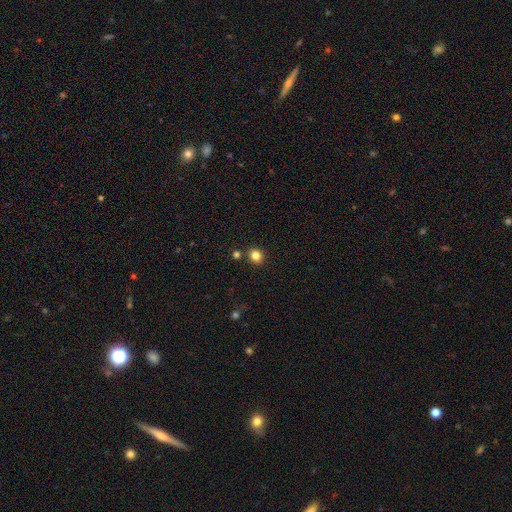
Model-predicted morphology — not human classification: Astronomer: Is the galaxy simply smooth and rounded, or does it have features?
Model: smooth — 82%.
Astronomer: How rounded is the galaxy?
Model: round — 76%.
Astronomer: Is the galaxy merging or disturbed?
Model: none — 85%.